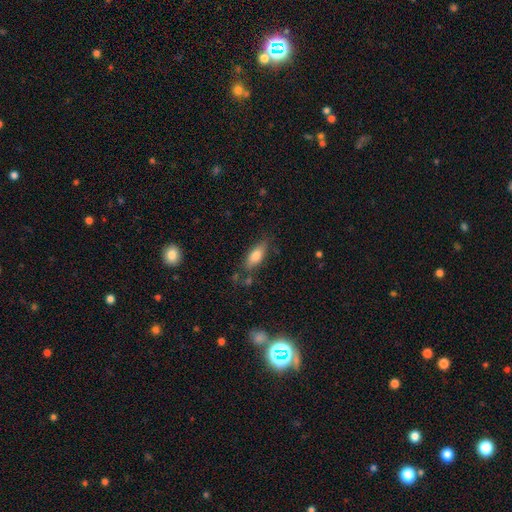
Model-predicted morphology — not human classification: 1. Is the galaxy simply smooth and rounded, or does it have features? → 77% smooth, 16% featured or disk, 7% star or artifact.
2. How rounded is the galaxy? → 74% in between, 23% cigar-shaped, 3% round.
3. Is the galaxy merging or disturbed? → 73% none, 17% minor disturbance, 5% merger, 5% major disturbance.